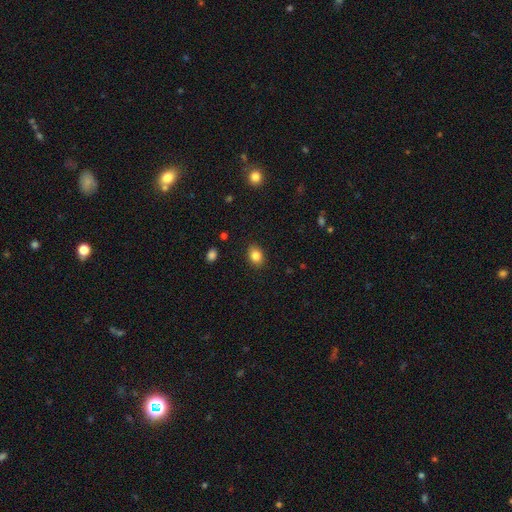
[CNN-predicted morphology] Smooth or featured? smooth (84%)
How rounded? in between (66%)
Merging? none (87%)